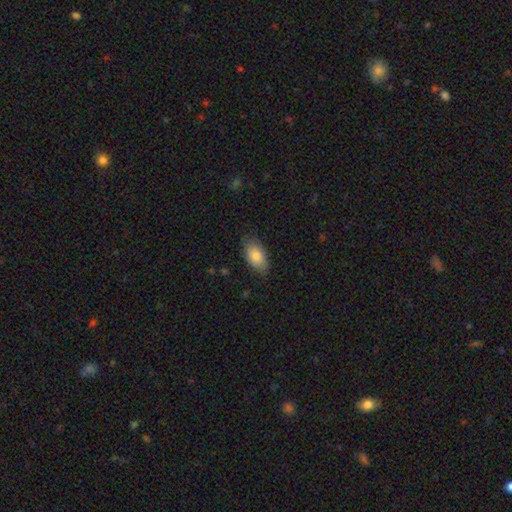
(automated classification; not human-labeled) Smooth or featured? smooth (84%)
How rounded? in between (93%)
Merging? none (80%)